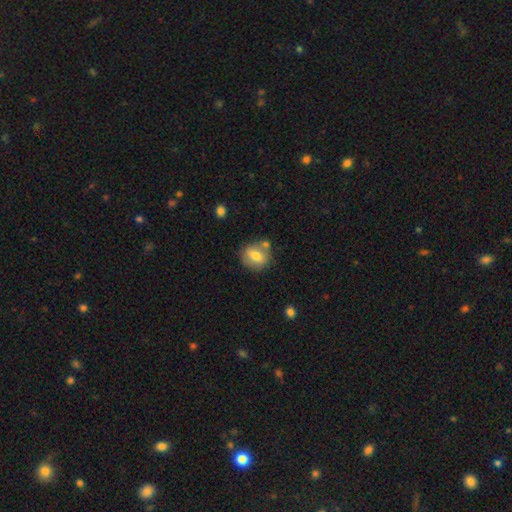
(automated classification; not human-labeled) The model was most divided on "how rounded": round: 71%, in between: 28%, cigar-shaped: 1%. More confident: merging — none (70%); smooth or featured — smooth (70%).